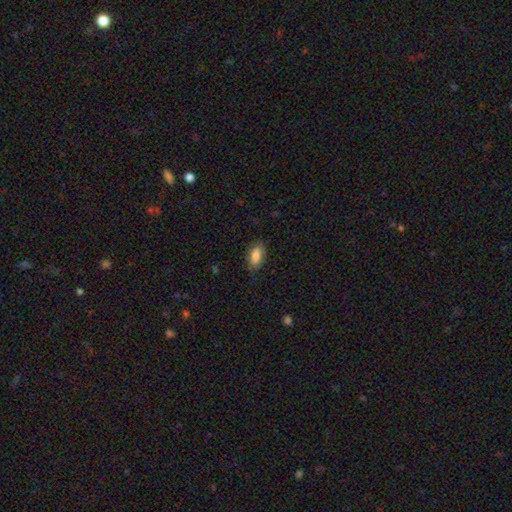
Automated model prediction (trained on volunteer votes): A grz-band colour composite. It shows a smooth galaxy with no disk features (82%) that is in between round and cigar-shaped (89%). Merging: none (81%).